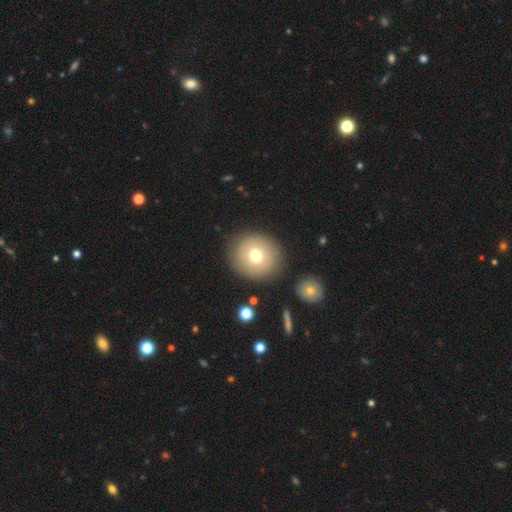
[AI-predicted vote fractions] The model was most divided on "smooth or featured": smooth: 71%, featured or disk: 19%, star or artifact: 10%. More confident: how rounded — round (89%); merging — none (84%).